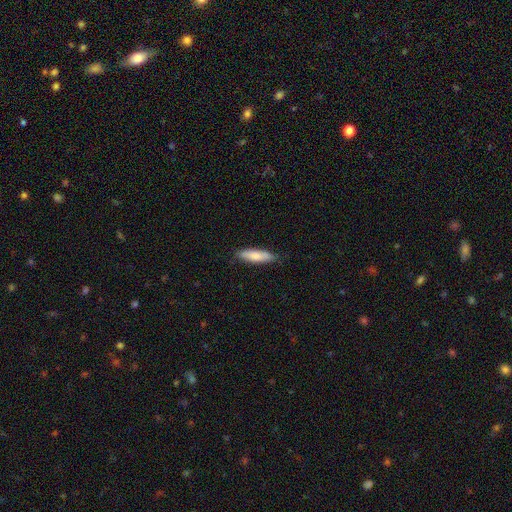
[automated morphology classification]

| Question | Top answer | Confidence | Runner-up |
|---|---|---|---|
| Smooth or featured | smooth | 80% | featured or disk (15%) |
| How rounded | cigar-shaped | 64% | in between (35%) |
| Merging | none | 83% | minor disturbance (14%) |